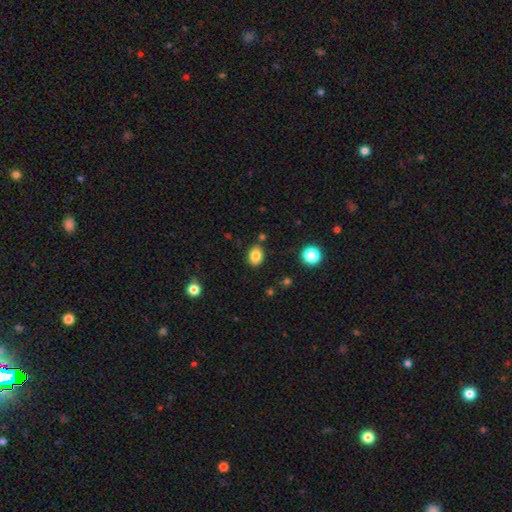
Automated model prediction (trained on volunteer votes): This is clearly a smooth galaxy (84%). How rounded: likely in between (65%). Merging: clearly none (83%).